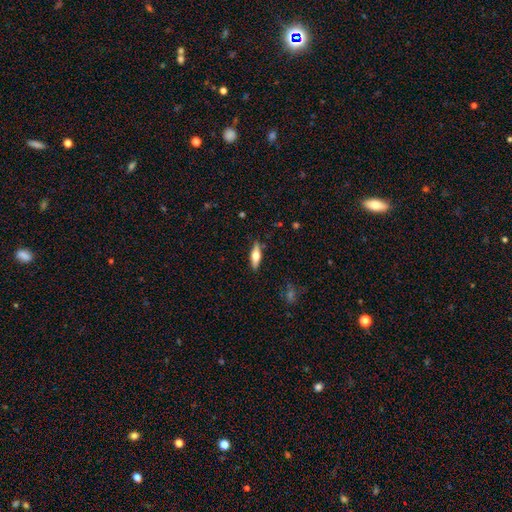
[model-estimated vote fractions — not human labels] Smooth or featured: smooth — 48% (featured or disk — 46%)
Merging: none — 87% (minor disturbance — 10%)